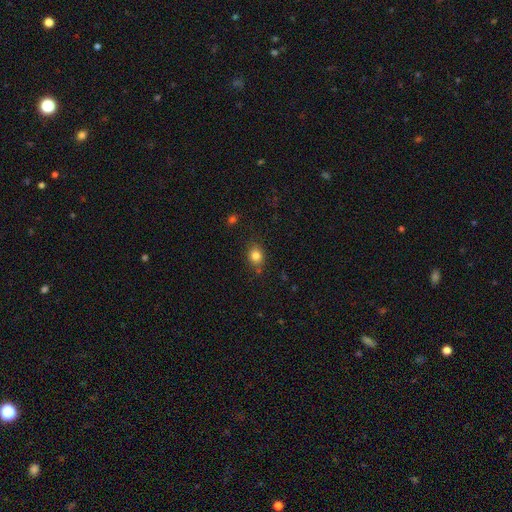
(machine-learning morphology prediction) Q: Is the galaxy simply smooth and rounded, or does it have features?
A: smooth — 82%.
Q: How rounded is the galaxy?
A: round — 59%.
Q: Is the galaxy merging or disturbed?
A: none — 79%.